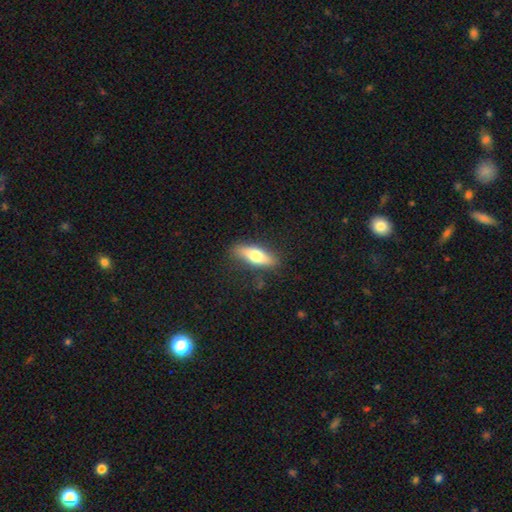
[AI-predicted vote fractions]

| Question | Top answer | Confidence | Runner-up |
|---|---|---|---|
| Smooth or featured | smooth | 64% | featured or disk (30%) |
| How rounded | in between | 53% | cigar-shaped (44%) |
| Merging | none | 83% | minor disturbance (12%) |